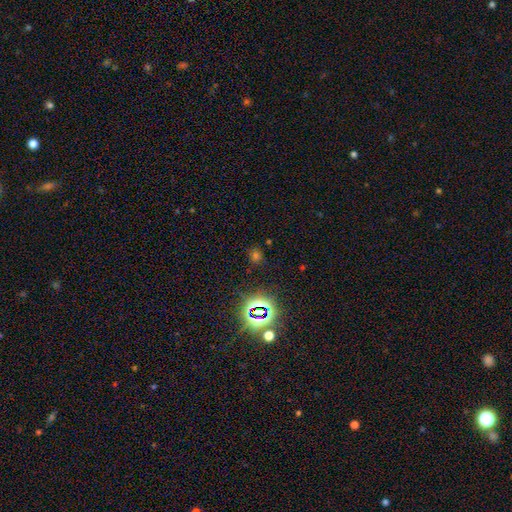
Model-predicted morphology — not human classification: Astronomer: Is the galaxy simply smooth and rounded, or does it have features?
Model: star or artifact — 56% (runner-up: smooth, 37%).